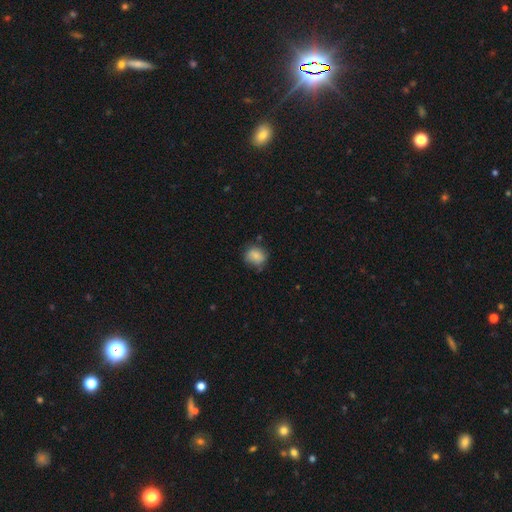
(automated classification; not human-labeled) This appears to be a smooth galaxy with no disk features (84%) that is round (66%). Merging: none (70%).